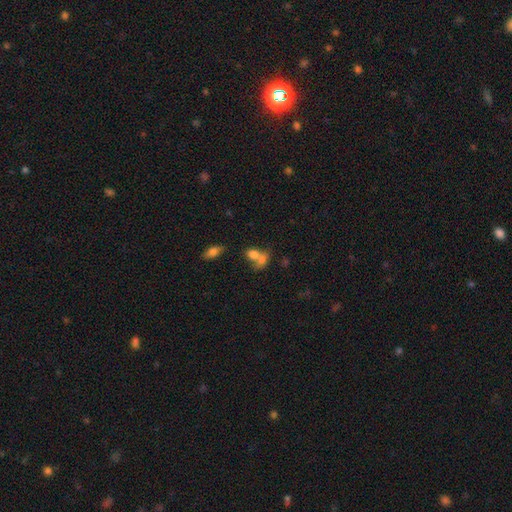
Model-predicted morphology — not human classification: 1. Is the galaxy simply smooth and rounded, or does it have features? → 76% smooth, 13% featured or disk, 11% star or artifact.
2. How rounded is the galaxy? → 69% in between, 28% round, 3% cigar-shaped.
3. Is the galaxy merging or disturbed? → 60% merger, 26% none, 8% minor disturbance, 6% major disturbance.